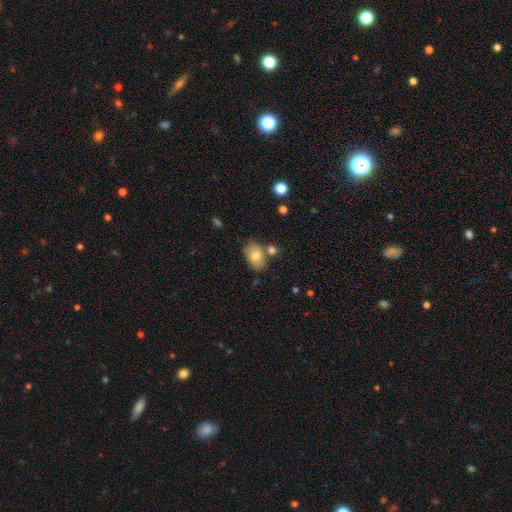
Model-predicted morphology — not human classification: Q: Smooth or featured?
A: smooth (78%); runner-up: featured or disk (14%)
Q: How rounded?
A: in between (86%); runner-up: round (13%)
Q: Merging?
A: none (69%); runner-up: minor disturbance (15%)